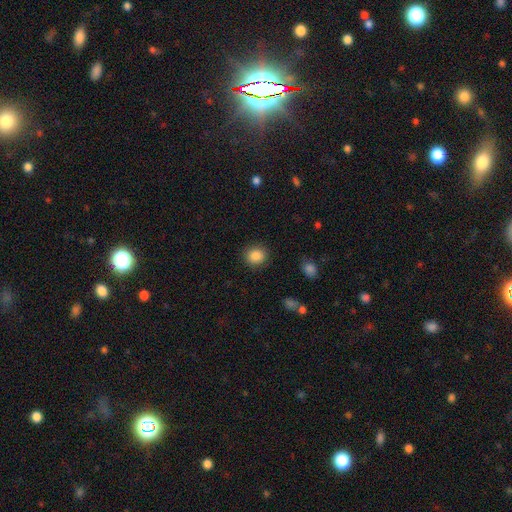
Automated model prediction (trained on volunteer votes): Overall: smooth (87%). How rounded: round (82%). Merging: none (89%).